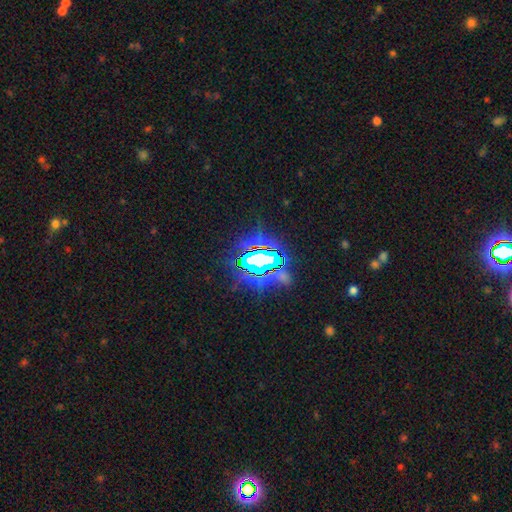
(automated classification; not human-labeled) Q: Smooth or featured?
A: star or artifact (79%); runner-up: featured or disk (10%)